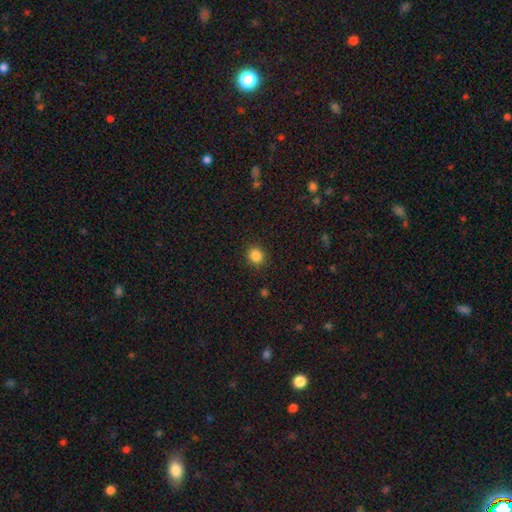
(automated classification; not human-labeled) A smooth galaxy with no disk features (85%) that is round (86%). Merging: none (91%).